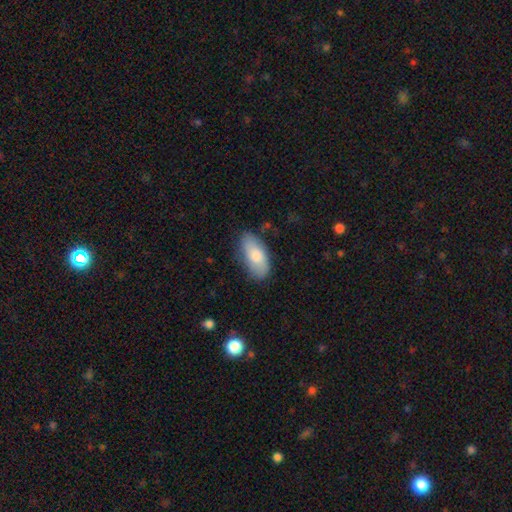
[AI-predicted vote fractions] Overall: smooth (75%). How rounded: in between (91%). Merging: none (79%).